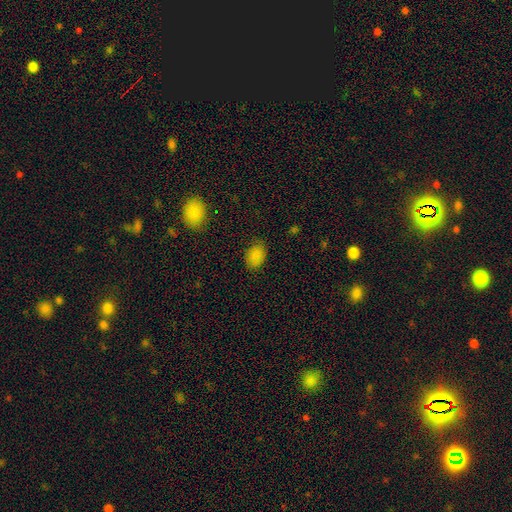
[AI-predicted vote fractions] The model was most divided on "how rounded": in between: 77%, round: 22%, cigar-shaped: 1%. More confident: smooth or featured — smooth (85%); merging — none (81%).